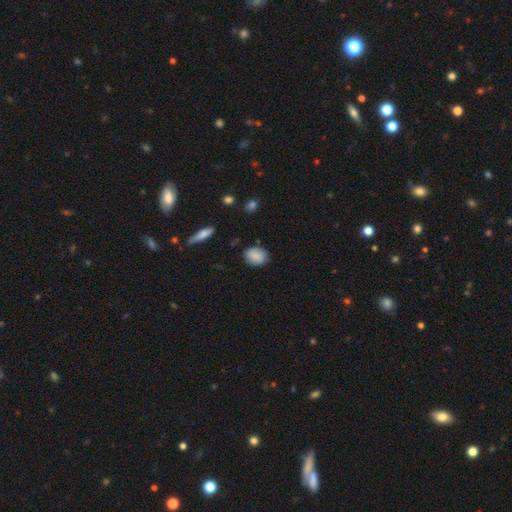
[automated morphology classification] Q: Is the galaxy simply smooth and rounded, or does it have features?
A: smooth — 83%.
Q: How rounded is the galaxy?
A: in between — 59%.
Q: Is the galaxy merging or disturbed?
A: none — 81%.